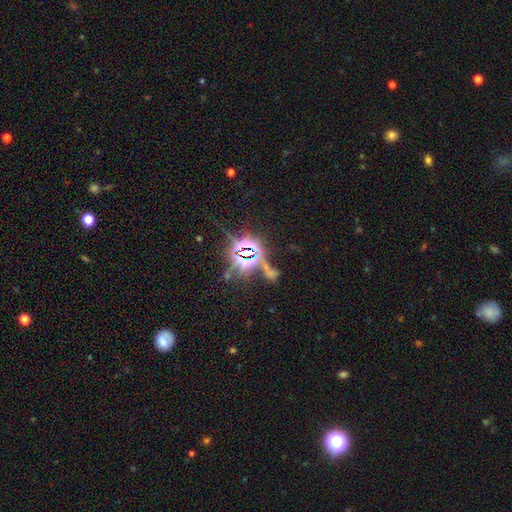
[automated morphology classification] Overall: star or artifact (79%).